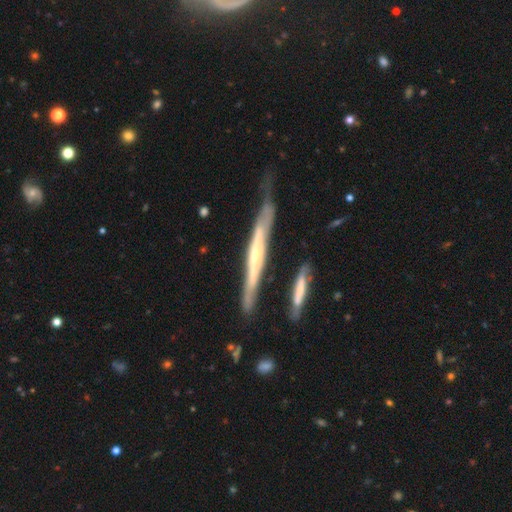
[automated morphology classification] Overall: featured or disk (72%). Edge-on disk: yes (88%). Edge-on bulge: rounded (45%; none 44%). Merging: none (56%; minor disturbance 29%).